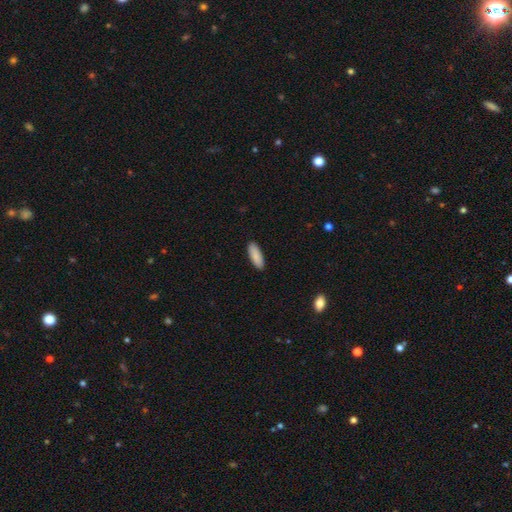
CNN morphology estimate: A smooth galaxy with no disk features (90%) that is in between round and cigar-shaped (67%).

Vote fractions:
- Smooth or featured? smooth: 90% / star or artifact: 5% / featured or disk: 5%
- How rounded? in between: 67% / cigar-shaped: 32% / round: 2%
- Merging? none: 90% / minor disturbance: 7% / major disturbance: 2% / merger: 1%